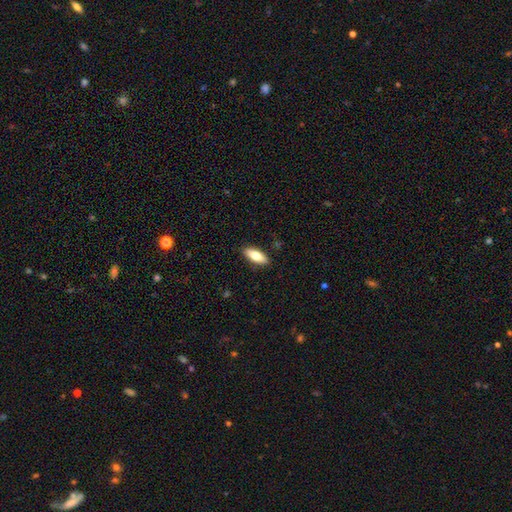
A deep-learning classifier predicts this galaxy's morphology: A smooth galaxy with no disk features (73%) that is in between round and cigar-shaped (73%). Merging: none (89%).